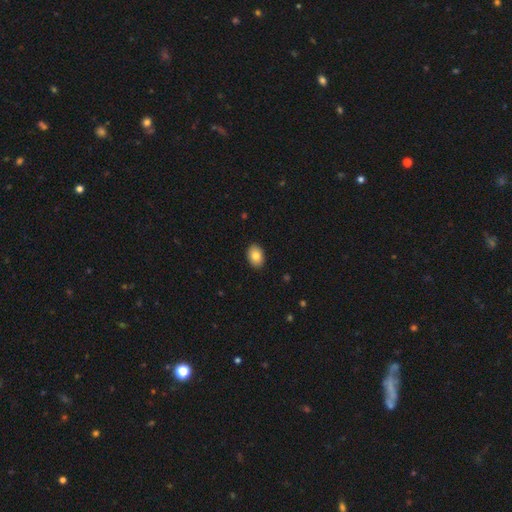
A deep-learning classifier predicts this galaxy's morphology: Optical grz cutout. It shows a smooth galaxy with no disk features (84%) that is in between round and cigar-shaped (83%). Merging: none (91%).